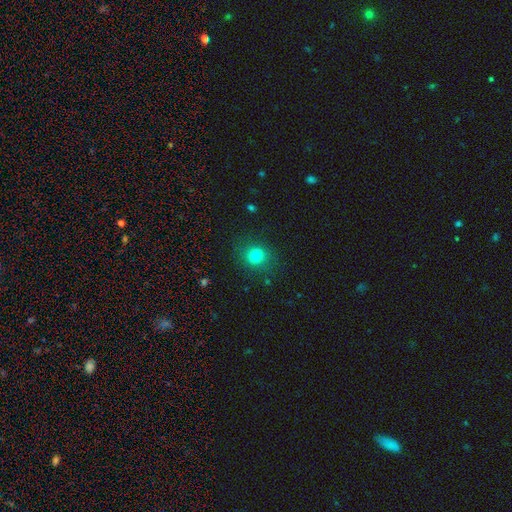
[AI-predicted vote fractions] Smooth or featured: smooth — 79% (star or artifact — 14%)
How rounded: round — 81% (in between — 18%)
Merging: none — 86% (minor disturbance — 9%)